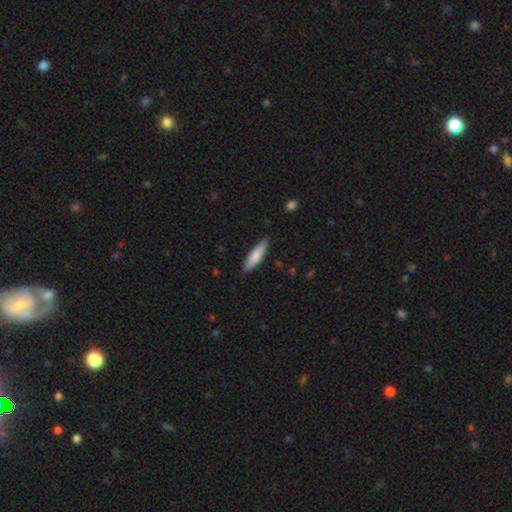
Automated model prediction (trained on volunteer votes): The model was most divided on "how rounded": cigar-shaped: 69%, in between: 30%, round: 1%. More confident: merging — none (85%); smooth or featured — smooth (82%).